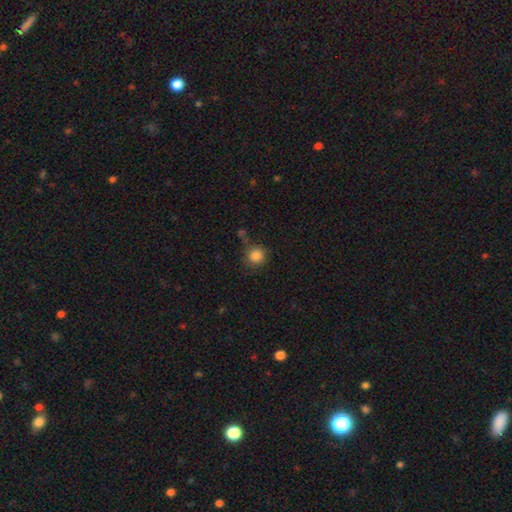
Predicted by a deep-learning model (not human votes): smooth_or_featured: smooth (p=0.85) [alt: star or artifact p=0.11]
how_rounded: round (p=0.92) [alt: in between p=0.07]
merging: none (p=0.75) [alt: minor disturbance p=0.14]